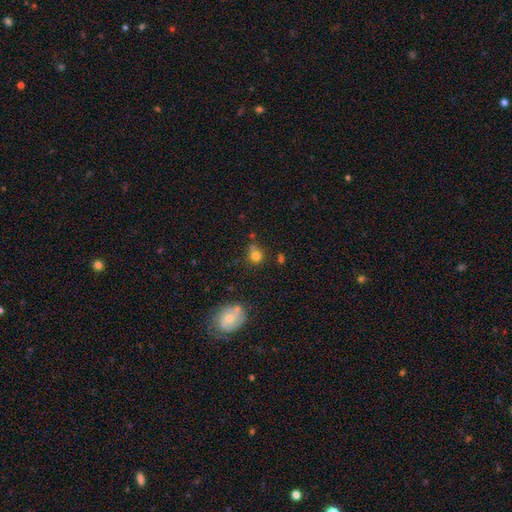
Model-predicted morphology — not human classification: Smooth or featured? Predicted: smooth (p=0.78). How rounded? Predicted: round (p=0.83). Merging? Predicted: none (p=0.62).